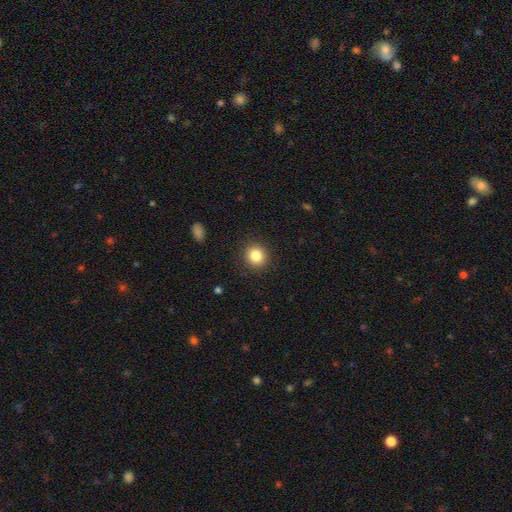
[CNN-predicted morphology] Overall: smooth (84%). How rounded: round (88%). Merging: none (90%).